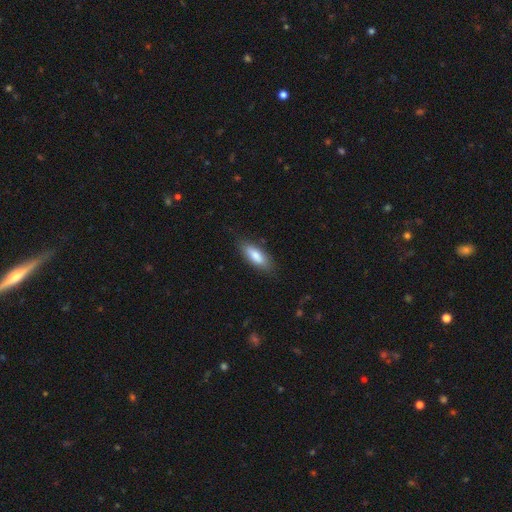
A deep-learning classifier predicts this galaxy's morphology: Smooth or featured? smooth (81%)
How rounded? in between (71%)
Merging? none (79%)